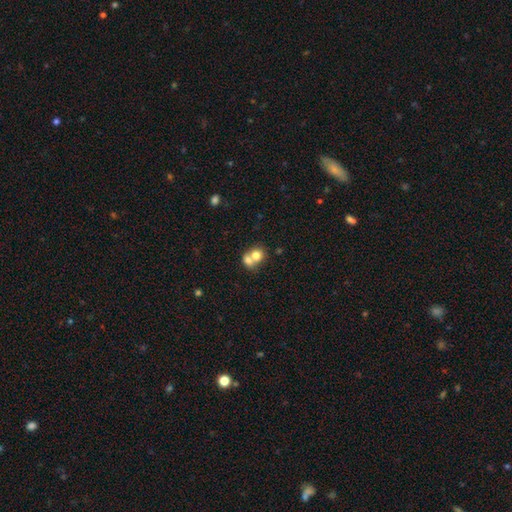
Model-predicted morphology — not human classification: The model was most divided on "how rounded": round: 67%, in between: 32%, cigar-shaped: 1%. More confident: smooth or featured — smooth (73%); merging — merger (67%).